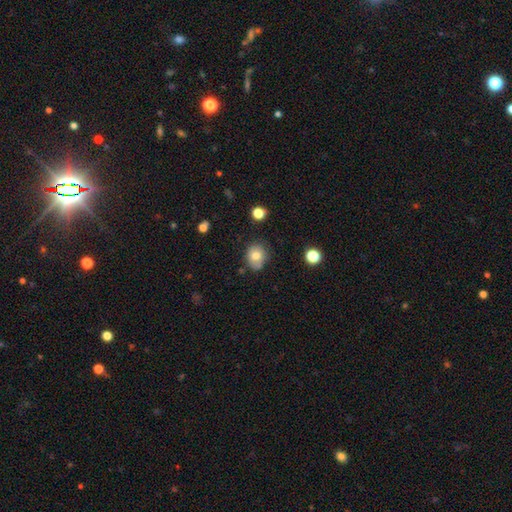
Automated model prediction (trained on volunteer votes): Overall: smooth (76%). How rounded: round (63%; in between 36%). Merging: none (70%).